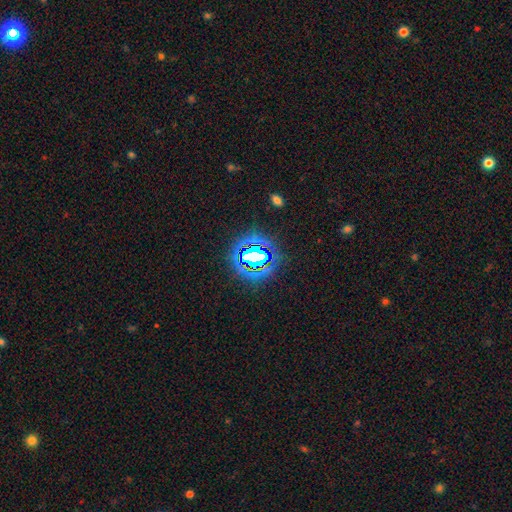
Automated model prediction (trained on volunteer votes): star or artifact 71%, smooth 17%, featured or disk 12%.